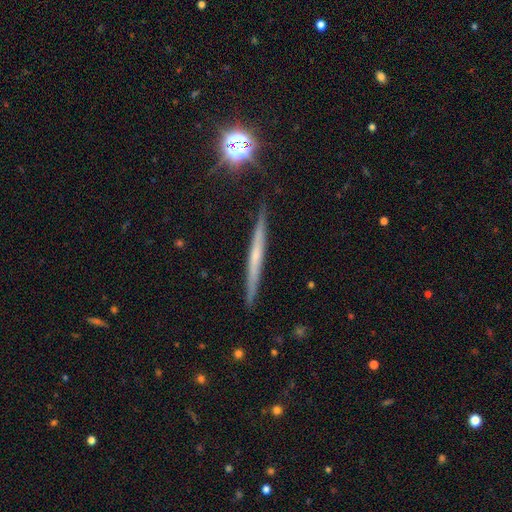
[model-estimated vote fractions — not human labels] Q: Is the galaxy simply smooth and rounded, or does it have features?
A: featured or disk — 56%.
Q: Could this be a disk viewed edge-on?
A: yes — 97%.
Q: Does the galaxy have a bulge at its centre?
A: none — 76%.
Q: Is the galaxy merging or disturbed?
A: none — 90%.